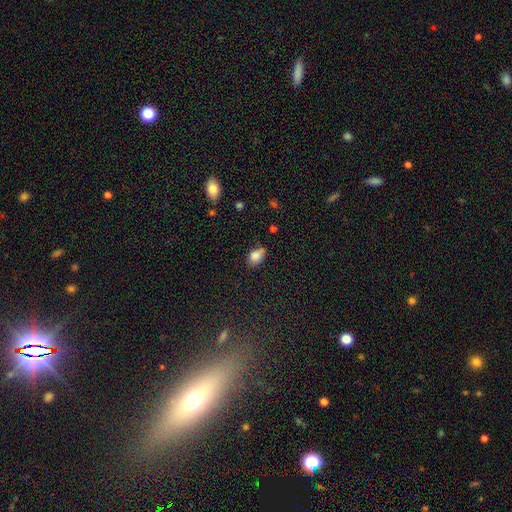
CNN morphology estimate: The model was most divided on "merging": none: 56%, minor disturbance: 34%, major disturbance: 7%, merger: 3%. More confident: smooth or featured — smooth (84%); how rounded — in between (83%).